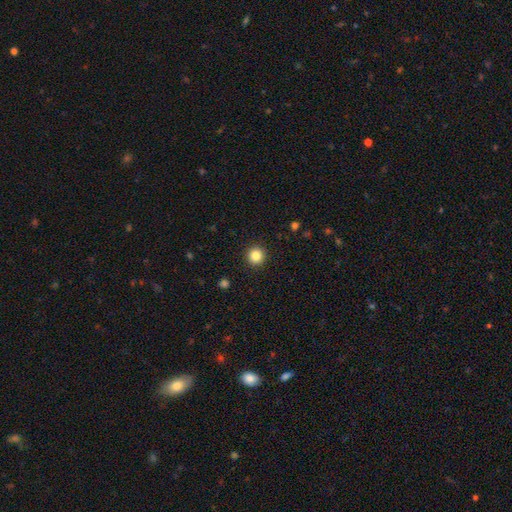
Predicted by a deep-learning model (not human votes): A smooth galaxy with no disk features (85%) that is round (95%). Merging: none (93%).